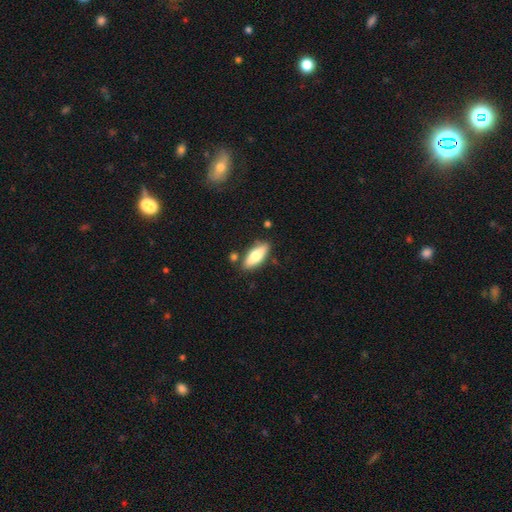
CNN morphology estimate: smooth 71%, featured or disk 23%, star or artifact 6%. Down the decision tree: how rounded — in between (74%); merging — none (80%).